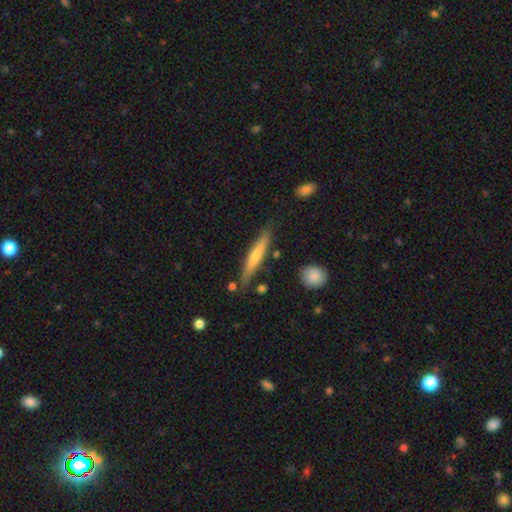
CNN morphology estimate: A smooth galaxy with no disk features (55%) that is cigar-shaped (91%). Merging: none (79%).